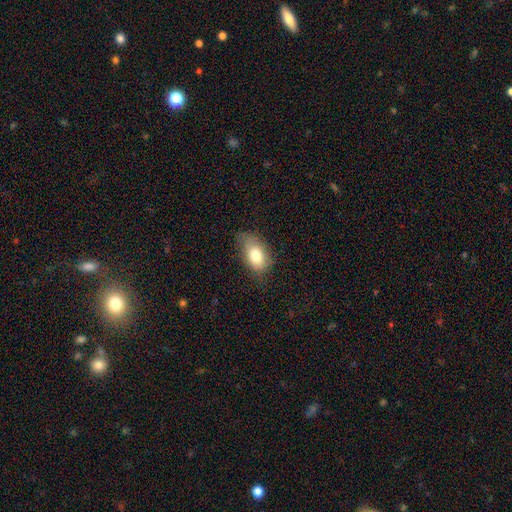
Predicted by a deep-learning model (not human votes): Q: Smooth or featured?
A: smooth (77%); runner-up: featured or disk (15%)
Q: How rounded?
A: in between (88%); runner-up: round (10%)
Q: Merging?
A: none (58%); runner-up: minor disturbance (31%)